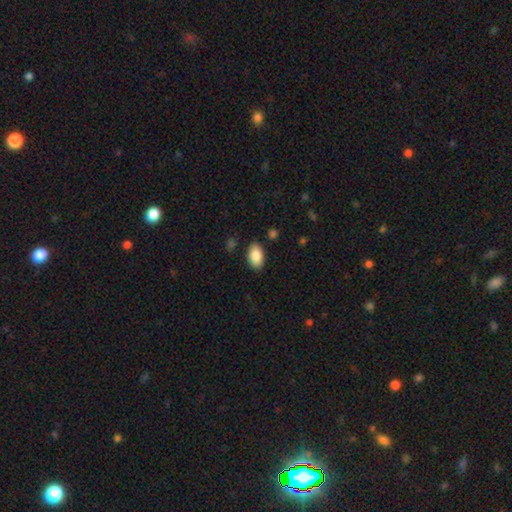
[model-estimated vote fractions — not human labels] smooth_or_featured: smooth (p=0.87) [alt: star or artifact p=0.07]
how_rounded: in between (p=0.93) [alt: round p=0.05]
merging: none (p=0.87) [alt: minor disturbance p=0.09]